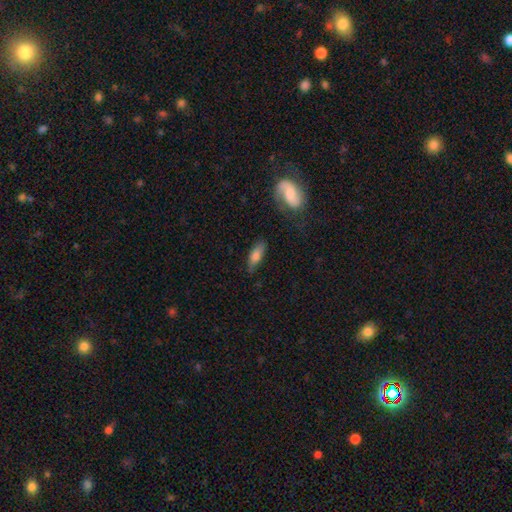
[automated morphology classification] The model was most divided on "how rounded": in between: 61%, cigar-shaped: 36%, round: 3%. More confident: merging — none (72%); smooth or featured — smooth (71%).